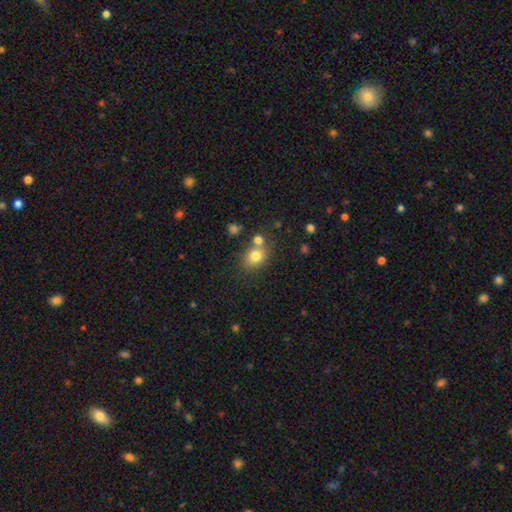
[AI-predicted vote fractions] smooth-or-featured: smooth: 78% | star or artifact: 12% | featured or disk: 10%
  how-rounded: round: 51% | in between: 47% | cigar-shaped: 1%
  merging: none: 57% | merger: 27% | minor disturbance: 12% | major disturbance: 4%